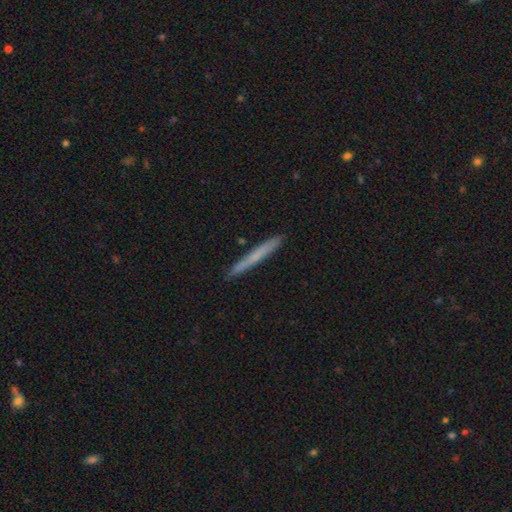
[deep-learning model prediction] The model was most divided on "smooth or featured": smooth: 62%, featured or disk: 32%, star or artifact: 6%. More confident: how rounded — cigar-shaped (97%); merging — none (91%).